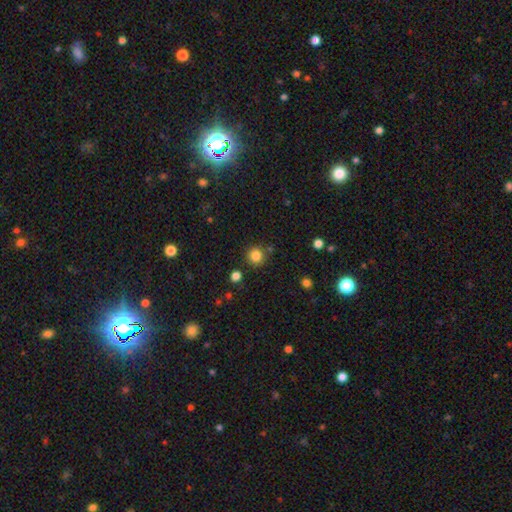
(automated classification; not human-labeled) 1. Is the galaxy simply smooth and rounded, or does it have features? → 84% smooth, 12% star or artifact, 4% featured or disk.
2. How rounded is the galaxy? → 93% round, 6% in between, 1% cigar-shaped.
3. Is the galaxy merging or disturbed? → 84% none, 8% minor disturbance, 6% merger, 3% major disturbance.